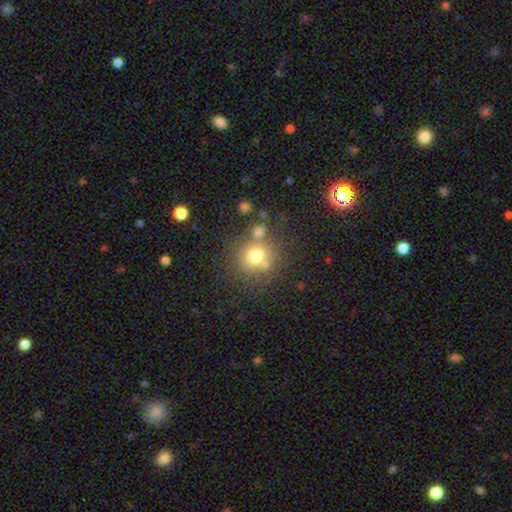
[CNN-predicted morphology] This appears to be a smooth galaxy with no disk features (73%) that is round (88%). Merging: none (66%).